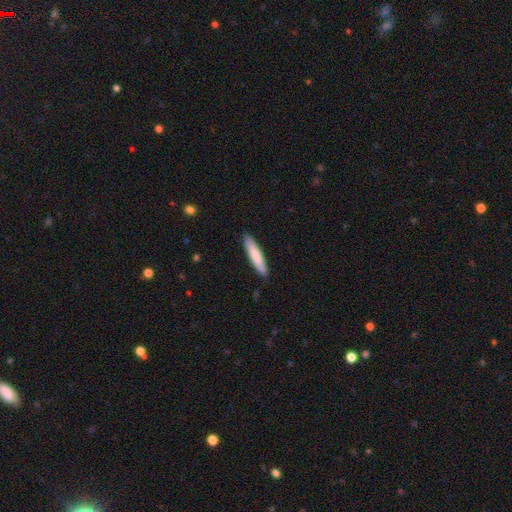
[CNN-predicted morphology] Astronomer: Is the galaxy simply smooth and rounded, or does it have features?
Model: smooth — 81%.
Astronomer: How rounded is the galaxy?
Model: cigar-shaped — 85%.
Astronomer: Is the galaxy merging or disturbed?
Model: none — 89%.